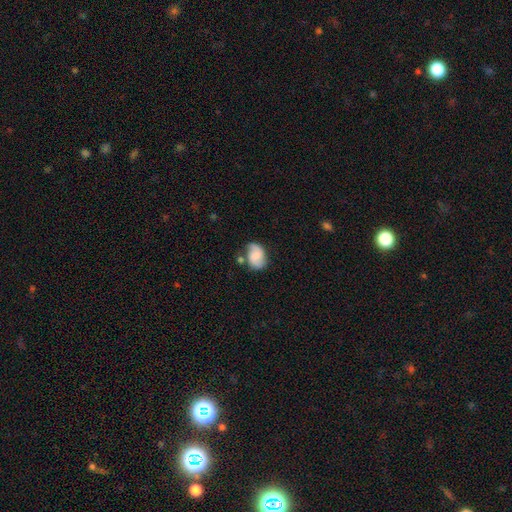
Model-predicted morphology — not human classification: The model was most divided on "smooth or featured": featured or disk: 47%, smooth: 45%, star or artifact: 8%. More confident: merging — none (59%).